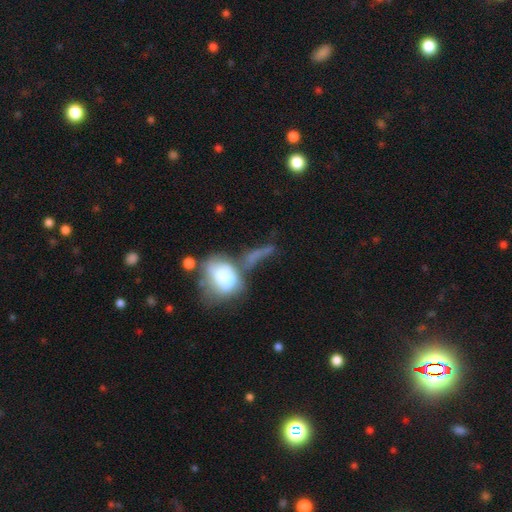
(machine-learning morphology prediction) Overall: smooth (55%; featured or disk 31%). How rounded: in between (61%; round 30%). Merging: merger (37%; major disturbance 27%).